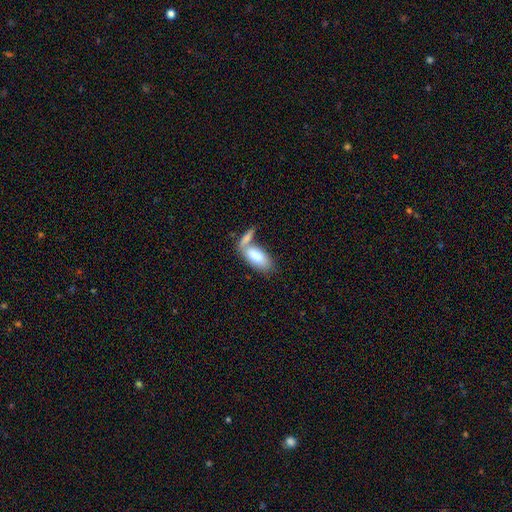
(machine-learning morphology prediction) smooth-or-featured: smooth: 78% | featured or disk: 16% | star or artifact: 6%
  how-rounded: in between: 89% | cigar-shaped: 9% | round: 2%
  merging: merger: 44% | none: 36% | minor disturbance: 13% | major disturbance: 7%